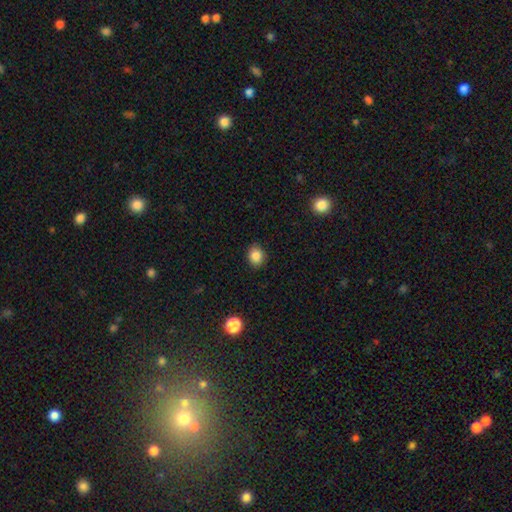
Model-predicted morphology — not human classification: This is clearly a smooth galaxy (86%). How rounded: likely round (61%). Merging: clearly none (86%).